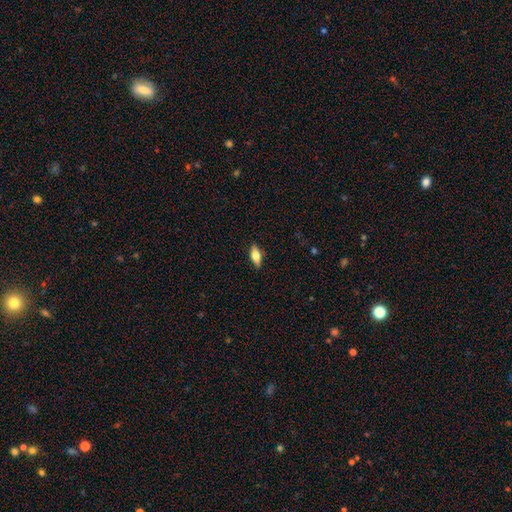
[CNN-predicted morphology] The model was most divided on "smooth or featured": smooth: 63%, featured or disk: 30%, star or artifact: 7%. More confident: merging — none (88%); how rounded — in between (74%).